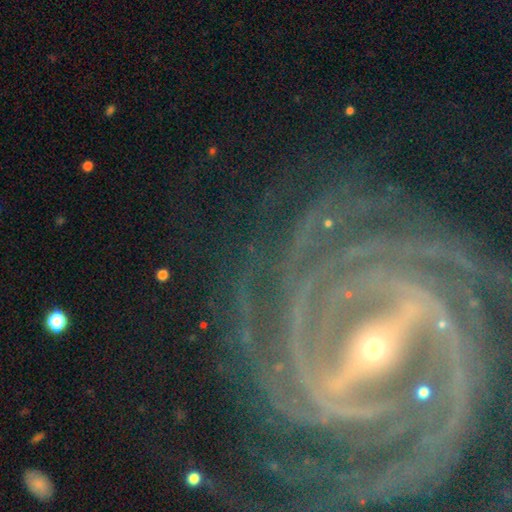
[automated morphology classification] Smooth or featured? featured or disk (90%)
Edge-on disk? no (96%)
Bar? strong (71%)
Spiral arms? yes (98%)
Spiral winding? tight (73%)
Spiral arm count? 4 (23%)
Bulge size? small (77%)
Merging? none (75%)